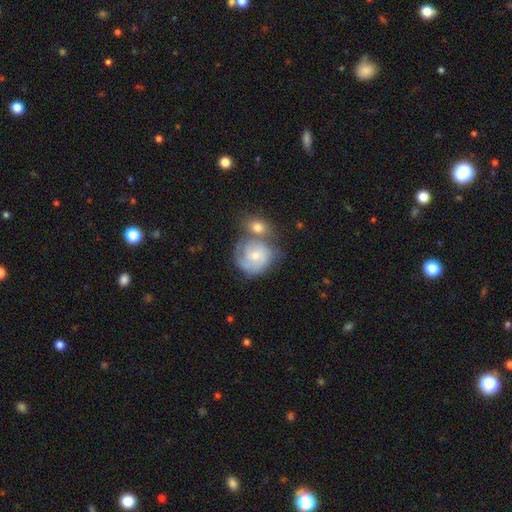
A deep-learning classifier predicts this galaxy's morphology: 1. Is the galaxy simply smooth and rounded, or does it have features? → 61% featured or disk, 32% smooth, 7% star or artifact.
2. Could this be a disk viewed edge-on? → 98% no, 2% yes.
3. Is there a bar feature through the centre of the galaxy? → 69% no, 28% weak, 4% strong.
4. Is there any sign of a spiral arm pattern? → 87% yes, 13% no.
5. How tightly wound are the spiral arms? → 57% tight, 33% medium, 10% loose.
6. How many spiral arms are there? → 34% 2, 30% can't tell, 18% 3, 10% 1, 4% 4, 3% more than 4.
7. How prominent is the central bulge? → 48% small, 44% moderate, 3% none, 3% large, 1% dominant.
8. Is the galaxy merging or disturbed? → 39% none, 38% merger, 15% minor disturbance, 8% major disturbance.